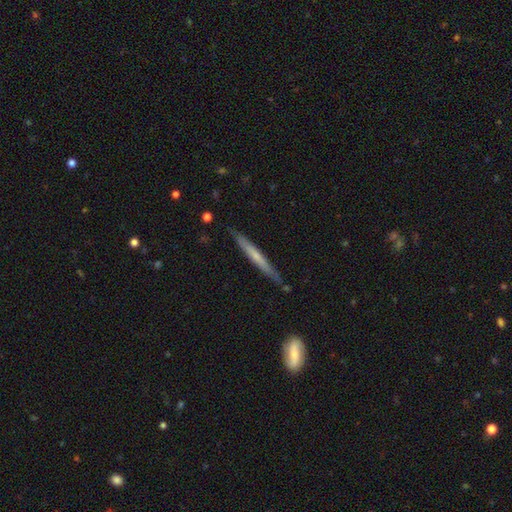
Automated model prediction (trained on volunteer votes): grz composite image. It shows a featured or disk galaxy (50%). Merging: none (83%).